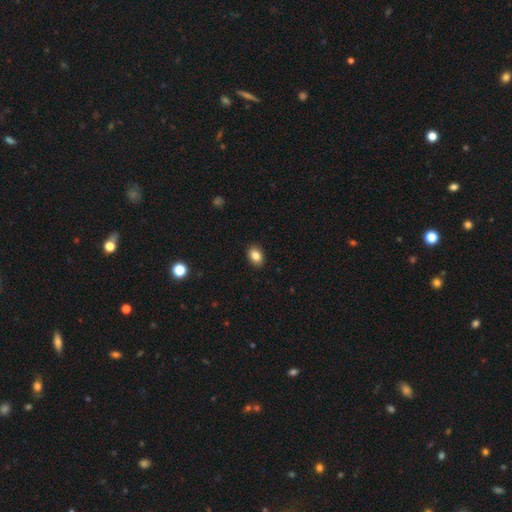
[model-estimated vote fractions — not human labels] Morphology: type=smooth (84%); roundness=in between (72%); merging=none (90%).